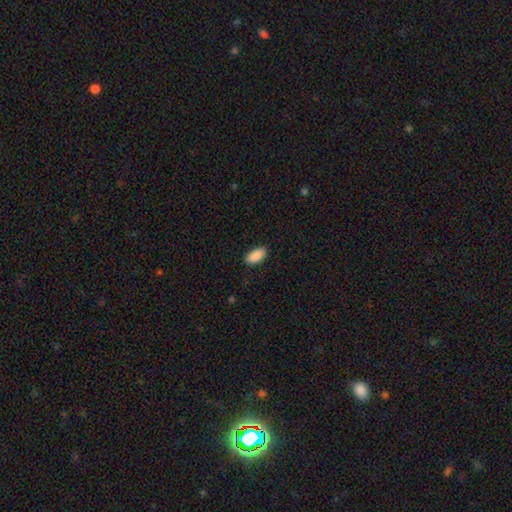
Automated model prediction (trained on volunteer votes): smooth_or_featured: smooth (p=0.91) [alt: star or artifact p=0.07]
how_rounded: in between (p=0.93) [alt: cigar-shaped p=0.05]
merging: none (p=0.89) [alt: minor disturbance p=0.08]